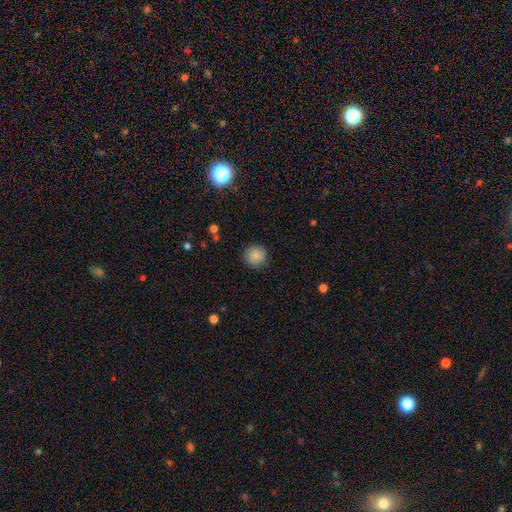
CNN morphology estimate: Q: Smooth or featured?
A: smooth (85%); runner-up: star or artifact (8%)
Q: How rounded?
A: round (94%); runner-up: in between (5%)
Q: Merging?
A: none (87%); runner-up: minor disturbance (9%)